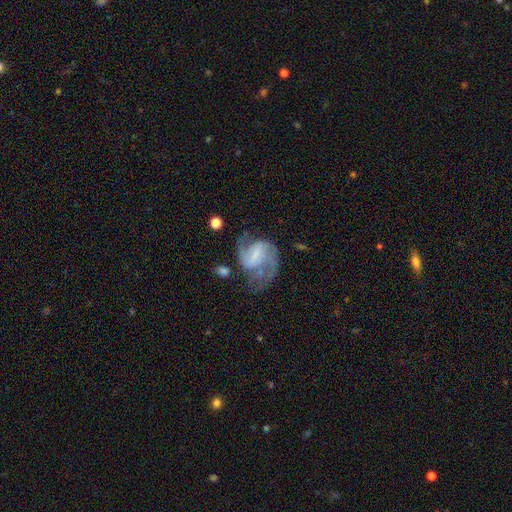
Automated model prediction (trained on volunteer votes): A featured or disk galaxy (84%) with a weak bar (48%), 2 (86%) medium (53%) spiral arms (95%) and no central bulge (39%).

Vote fractions:
- Smooth or featured? featured or disk: 84% / smooth: 10% / star or artifact: 6%
- Edge-on disk? no: 98% / yes: 2%
- Bar? weak: 48% / strong: 34% / no: 17%
- Spiral arms? yes: 95% / no: 5%
- Spiral winding? medium: 53% / loose: 29% / tight: 19%
- Spiral arm count? 2: 86% / can't tell: 5% / 1: 3% / 3: 3% / 4: 1% / more than 4: 1%
- Bulge size? none: 39% / small: 38% / moderate: 16% / large: 5% / dominant: 2%
- Merging? none: 56% / minor disturbance: 20% / major disturbance: 20% / merger: 4%